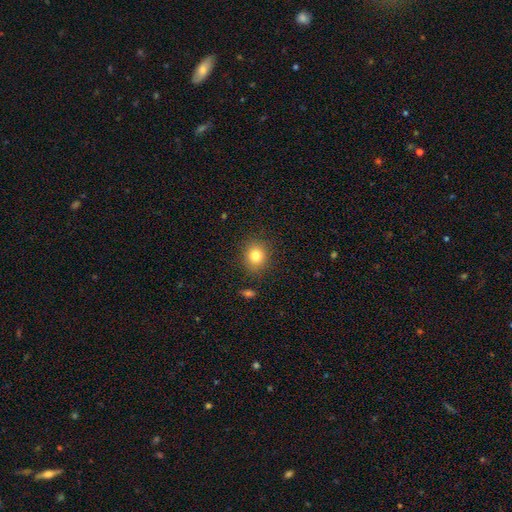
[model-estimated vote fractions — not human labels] Smooth or featured?
  - smooth: 80% *
  - star or artifact: 12%
  - featured or disk: 8%
How rounded?
  - round: 73% *
  - in between: 26%
  - cigar-shaped: 1%
Merging?
  - none: 86% *
  - minor disturbance: 10%
  - major disturbance: 3%
  - merger: 2%